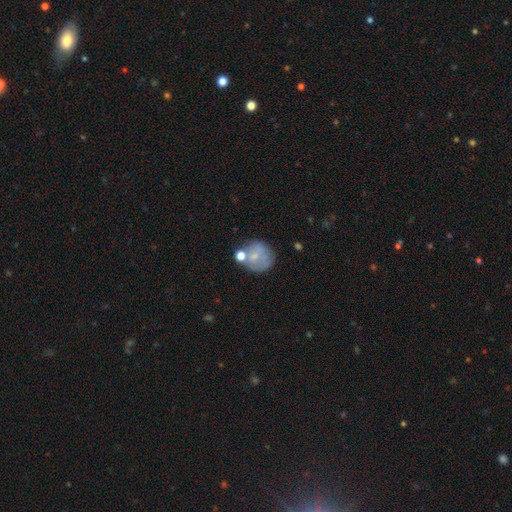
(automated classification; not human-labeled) Morphology: type=smooth (64%); roundness=round (85%); merging=none (54%).